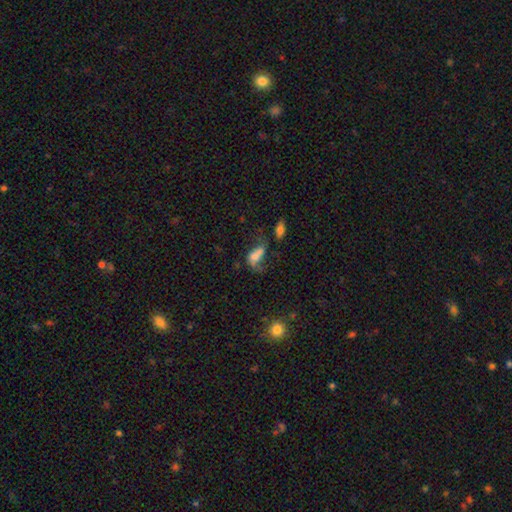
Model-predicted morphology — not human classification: The model was most divided on "merging": merger: 40%, major disturbance: 26%, none: 20%, minor disturbance: 14%. More confident: how rounded — in between (82%); smooth or featured — smooth (55%).